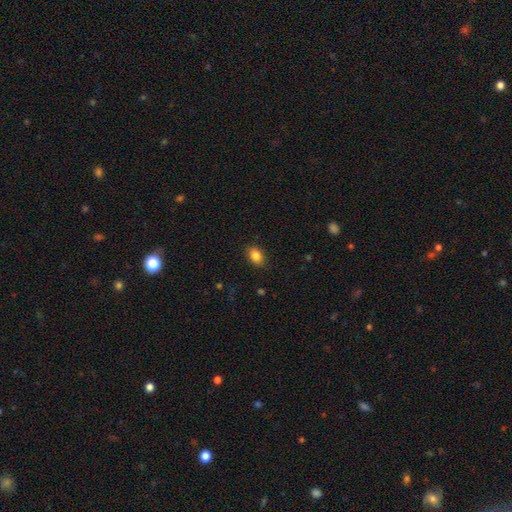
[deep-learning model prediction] Smooth or featured: smooth — 85% (star or artifact — 9%)
How rounded: in between — 81% (round — 18%)
Merging: none — 87% (minor disturbance — 9%)